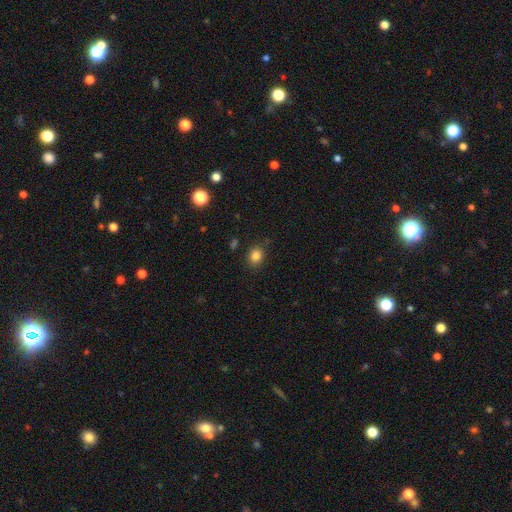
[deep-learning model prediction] Smooth or featured: smooth — 84% (star or artifact — 11%)
How rounded: round — 64% (in between — 35%)
Merging: none — 85% (minor disturbance — 10%)